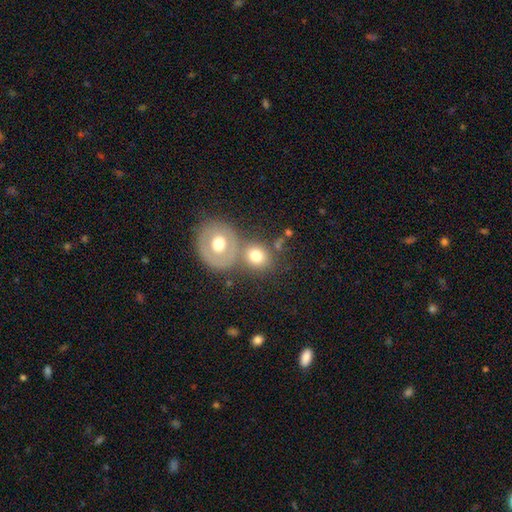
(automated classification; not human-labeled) A smooth galaxy with no disk features (70%) that is round (77%). Merging: none (46%).